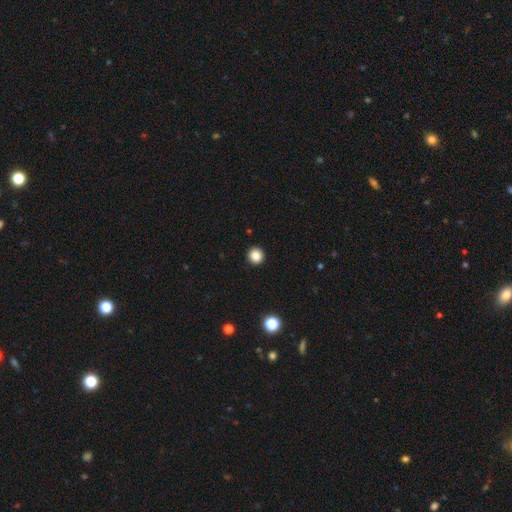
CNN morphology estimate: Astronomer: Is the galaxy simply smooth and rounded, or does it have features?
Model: smooth — 85%.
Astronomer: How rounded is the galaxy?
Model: round — 93%.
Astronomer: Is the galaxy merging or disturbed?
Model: none — 93%.